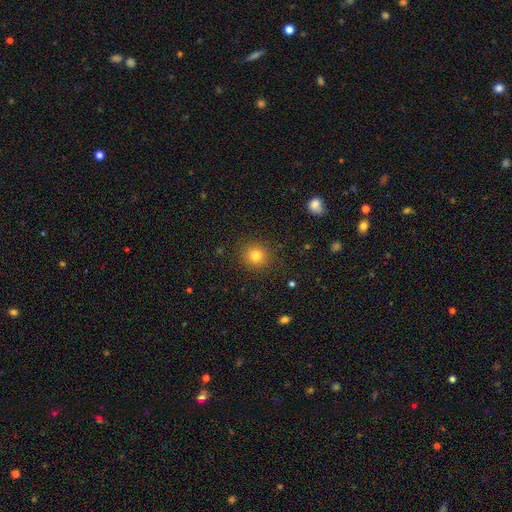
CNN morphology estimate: Smooth or featured: smooth — 81% (star or artifact — 13%)
How rounded: round — 89% (in between — 10%)
Merging: none — 89% (minor disturbance — 7%)